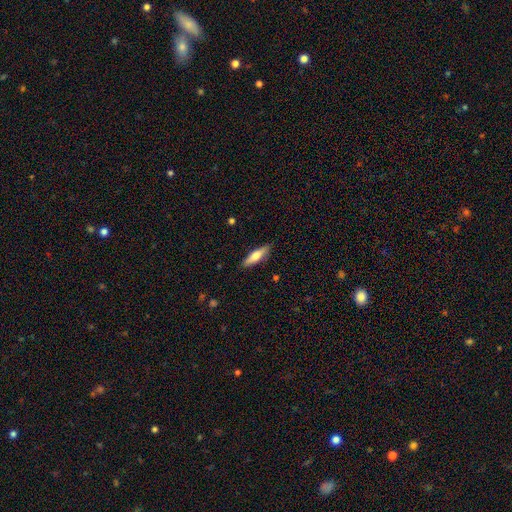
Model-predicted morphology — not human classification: A smooth galaxy with no disk features (67%) that is cigar-shaped (61%).

Vote fractions:
- Smooth or featured? smooth: 67% / featured or disk: 28% / star or artifact: 6%
- How rounded? cigar-shaped: 61% / in between: 37% / round: 2%
- Merging? none: 86% / minor disturbance: 10% / major disturbance: 2% / merger: 1%